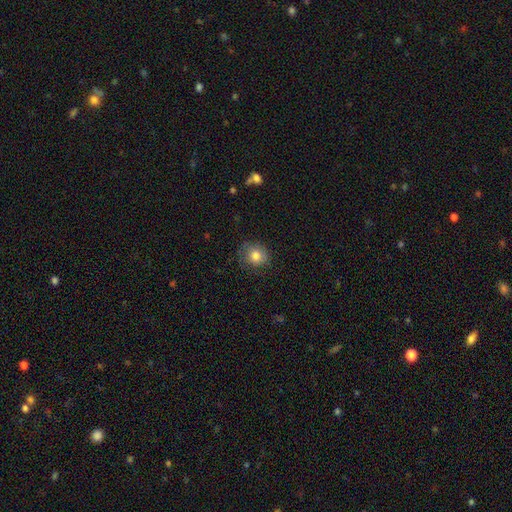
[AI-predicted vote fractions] Smooth or featured? smooth (81%)
How rounded? round (80%)
Merging? none (77%)